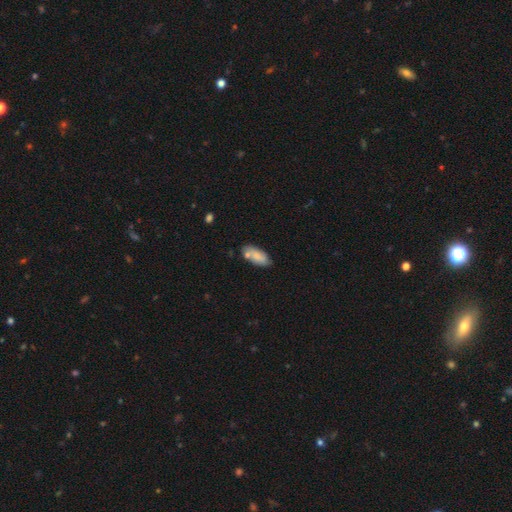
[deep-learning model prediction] A smooth galaxy with no disk features (78%) that is in between round and cigar-shaped (86%). Merging: none (67%).